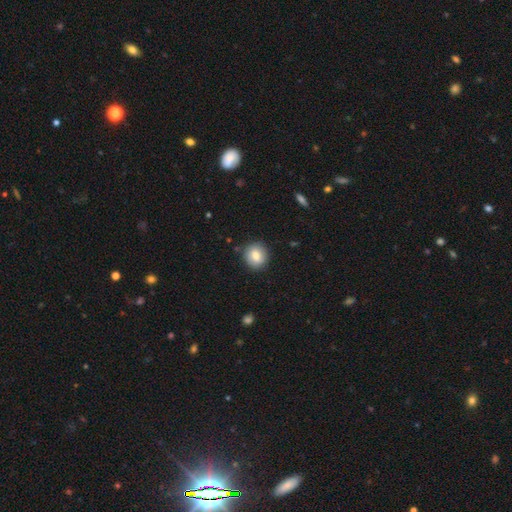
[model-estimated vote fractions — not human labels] A smooth galaxy with no disk features (81%) that is round (80%).

Vote fractions:
- Smooth or featured? smooth: 81% / featured or disk: 11% / star or artifact: 8%
- How rounded? round: 80% / in between: 19% / cigar-shaped: 1%
- Merging? none: 87% / minor disturbance: 9% / major disturbance: 2% / merger: 2%